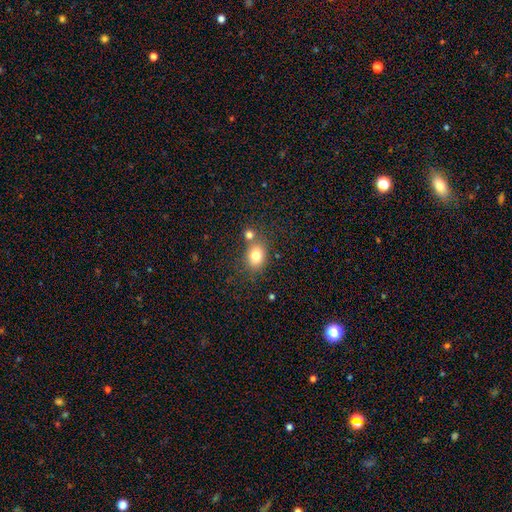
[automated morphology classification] Smooth or featured? smooth (79%)
How rounded? in between (60%)
Merging? none (62%)